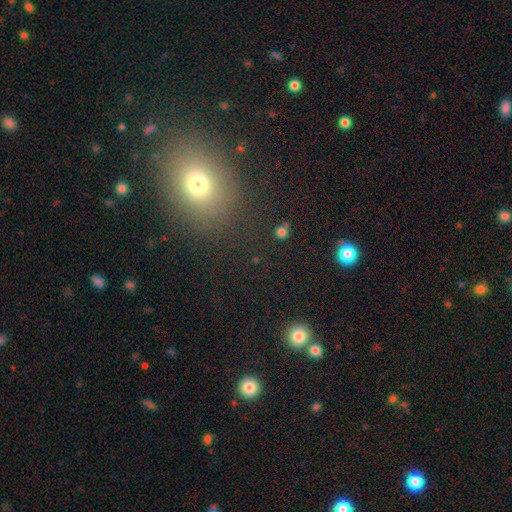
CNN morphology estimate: This appears to be a smooth galaxy with no disk features (67%) that is round (50%). Merging: none (87%).